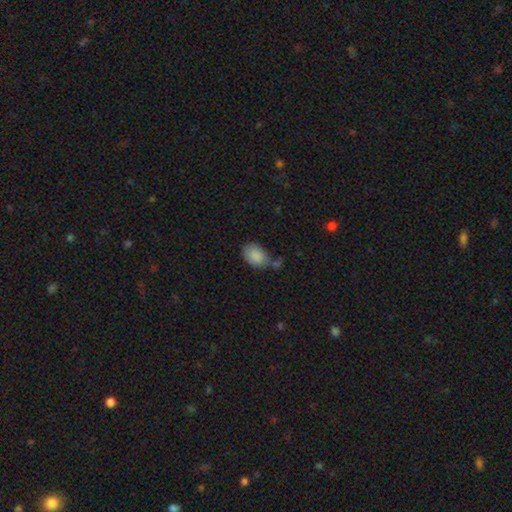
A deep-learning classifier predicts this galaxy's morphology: The model was most divided on "merging": none: 56%, minor disturbance: 24%, merger: 12%, major disturbance: 7%. More confident: smooth or featured — smooth (87%); how rounded — in between (83%).